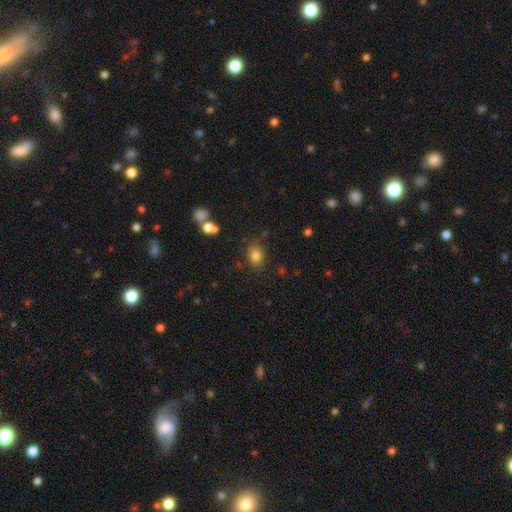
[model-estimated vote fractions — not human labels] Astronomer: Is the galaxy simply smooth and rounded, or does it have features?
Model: smooth — 80%.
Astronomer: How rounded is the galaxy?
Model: in between — 54% (runner-up: round, 45%).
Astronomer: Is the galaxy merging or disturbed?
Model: none — 79%.